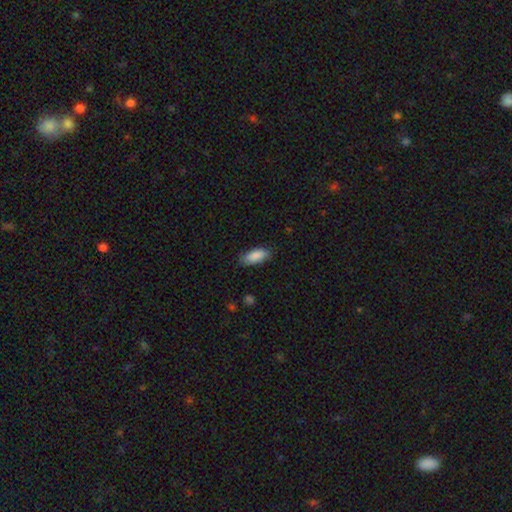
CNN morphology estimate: smooth-or-featured: smooth: 89% | star or artifact: 6% | featured or disk: 5%
  how-rounded: in between: 82% | cigar-shaped: 16% | round: 2%
  merging: none: 84% | minor disturbance: 13% | major disturbance: 2% | merger: 1%